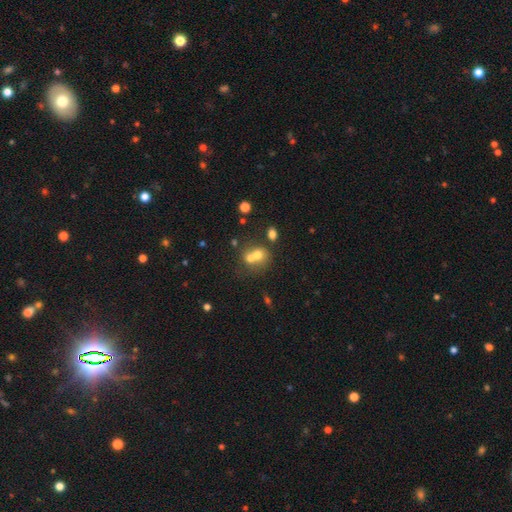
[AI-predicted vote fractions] Smooth or featured? Predicted: smooth (p=0.65). How rounded? Predicted: round (p=0.69). Merging? Predicted: merger (p=0.60).